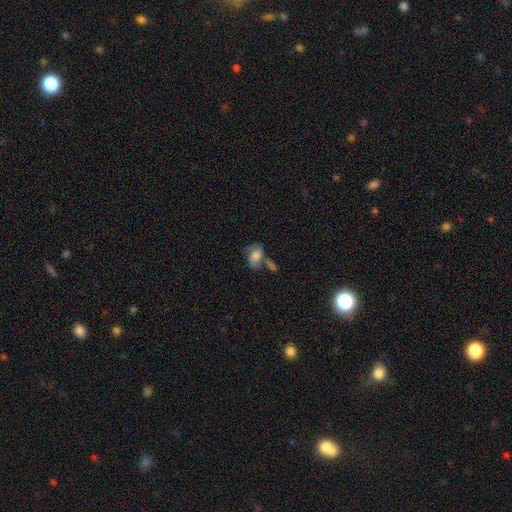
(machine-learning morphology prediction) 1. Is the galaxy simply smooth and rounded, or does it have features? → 62% smooth, 29% featured or disk, 10% star or artifact.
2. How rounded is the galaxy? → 77% in between, 21% round, 2% cigar-shaped.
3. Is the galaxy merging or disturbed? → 35% none, 28% merger, 22% minor disturbance, 15% major disturbance.